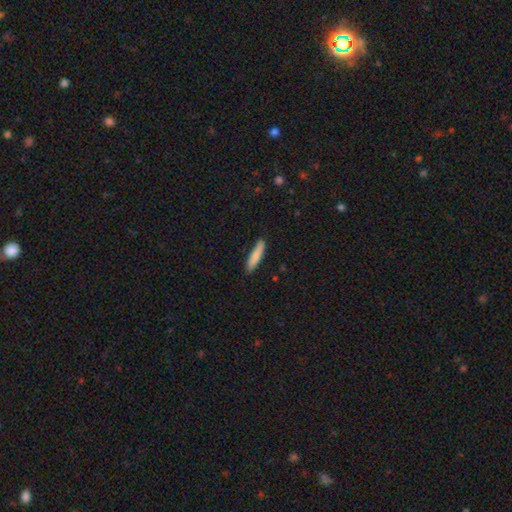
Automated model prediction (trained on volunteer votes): Smooth or featured? Predicted: smooth (p=0.82). How rounded? Predicted: cigar-shaped (p=0.83). Merging? Predicted: none (p=0.86).